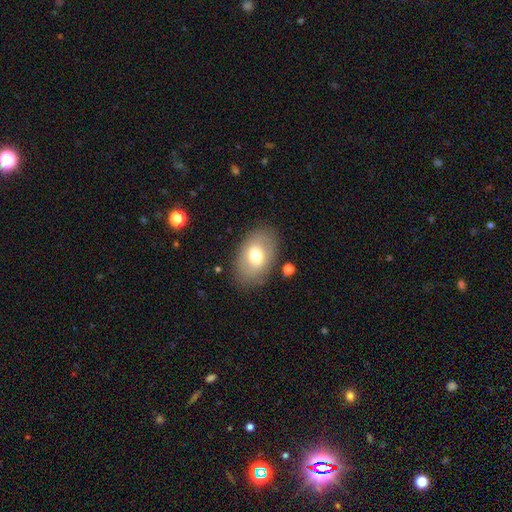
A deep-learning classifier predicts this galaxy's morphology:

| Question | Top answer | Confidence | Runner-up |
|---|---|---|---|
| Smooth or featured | smooth | 67% | featured or disk (26%) |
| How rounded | in between | 87% | round (11%) |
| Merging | none | 81% | minor disturbance (12%) |